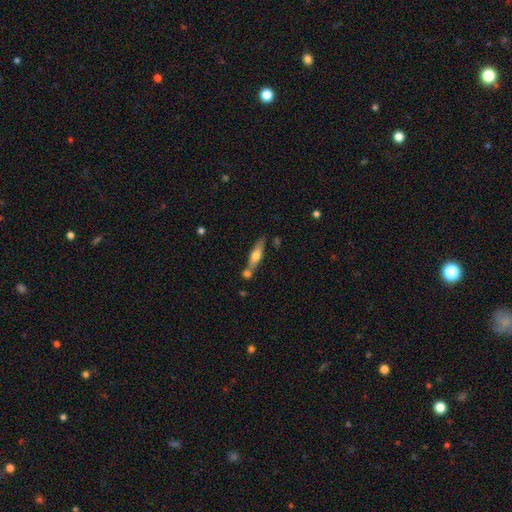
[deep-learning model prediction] This is possibly a smooth galaxy (50%). Merging: possibly none (60%).